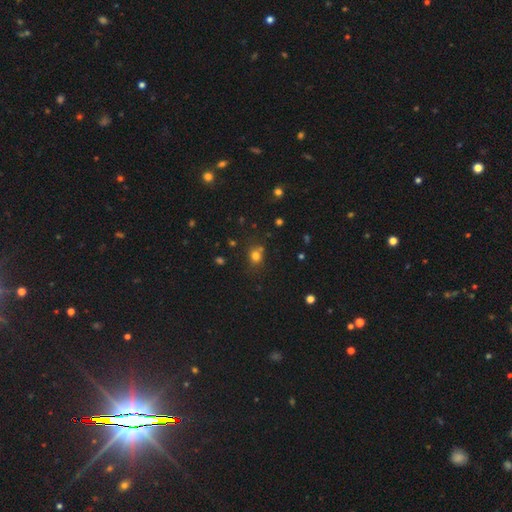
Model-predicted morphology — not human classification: A smooth galaxy with no disk features (75%) that is round (75%). Merging: none (68%).